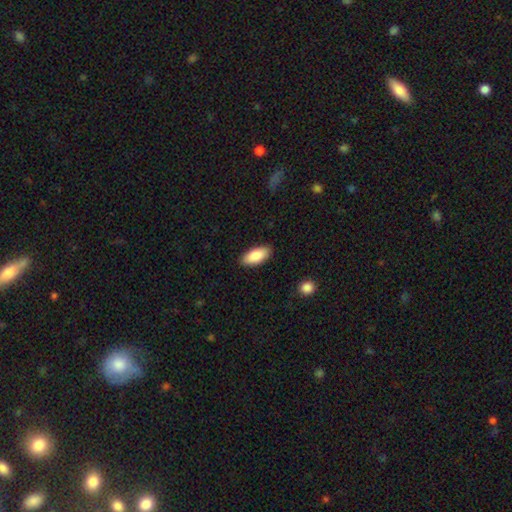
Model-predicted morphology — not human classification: A smooth galaxy with no disk features (87%) that is in between round and cigar-shaped (88%).

Vote fractions:
- Smooth or featured? smooth: 87% / featured or disk: 7% / star or artifact: 6%
- How rounded? in between: 88% / cigar-shaped: 10% / round: 2%
- Merging? none: 88% / minor disturbance: 9% / major disturbance: 2% / merger: 1%